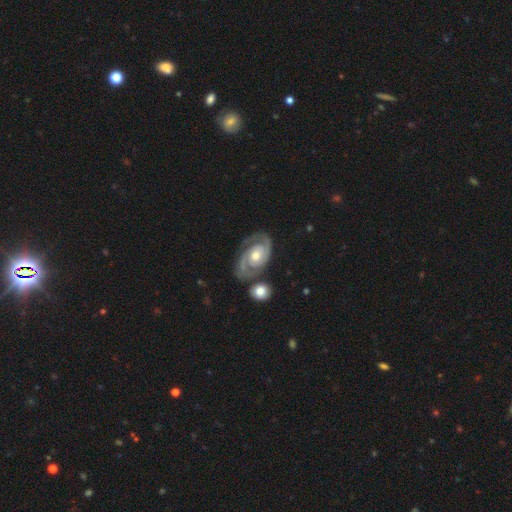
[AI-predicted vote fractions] featured or disk 90%, smooth 6%, star or artifact 4%. Down the decision tree: edge-on disk — no (97%); bar — no (67%); spiral arms — yes (97%); spiral arm count — 2 (89%); spiral winding — tight (59%); bulge size — moderate (72%); merging — none (70%).